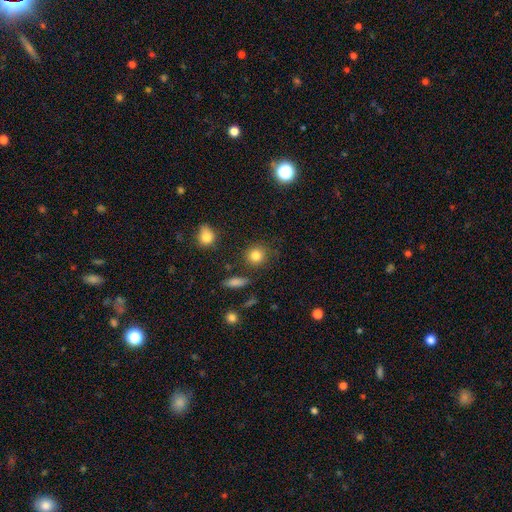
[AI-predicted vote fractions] Smooth or featured: smooth — 83% (star or artifact — 10%)
How rounded: round — 87% (in between — 11%)
Merging: none — 81% (minor disturbance — 11%)